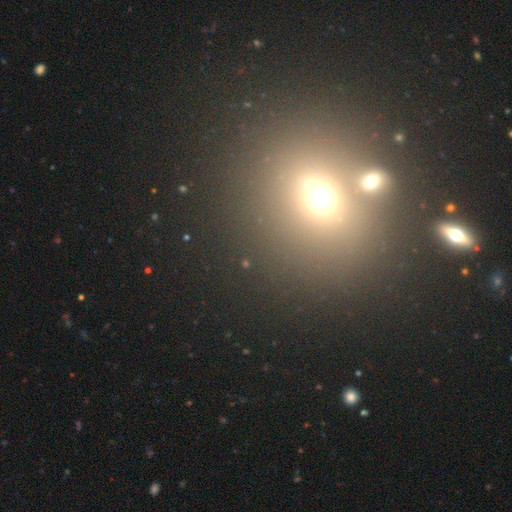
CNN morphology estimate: Smooth or featured? smooth (52%)
How rounded? round (70%)
Merging? none (77%)